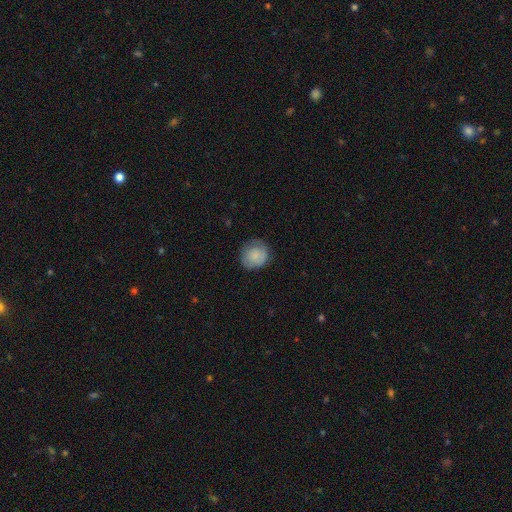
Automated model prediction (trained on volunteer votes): The model was most divided on "merging": none: 70%, minor disturbance: 22%, major disturbance: 7%, merger: 1%. More confident: how rounded — round (85%); smooth or featured — smooth (76%).